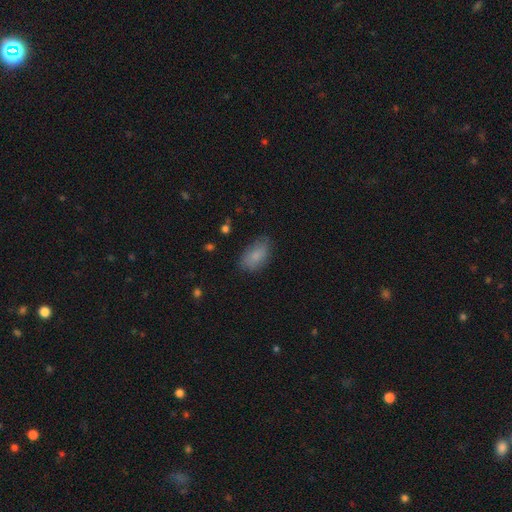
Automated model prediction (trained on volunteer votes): smooth 83%, featured or disk 10%, star or artifact 7%. Down the decision tree: how rounded — in between (92%); merging — none (75%).